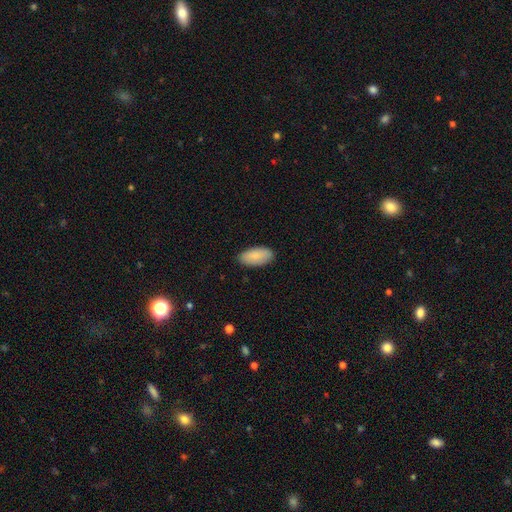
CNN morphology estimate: This appears to be a smooth galaxy with no disk features (83%) that is in between round and cigar-shaped (94%). Merging: none (87%).